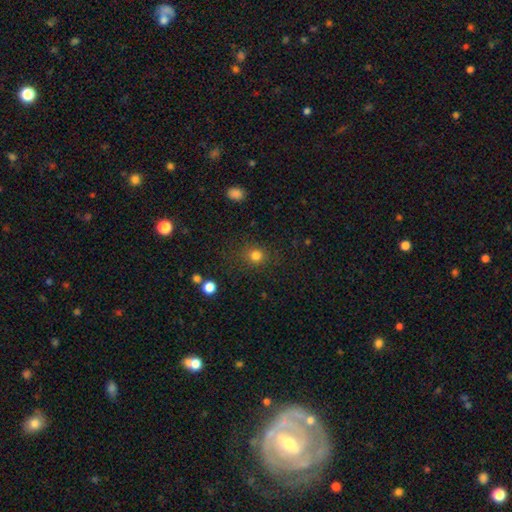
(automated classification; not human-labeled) A smooth galaxy with no disk features (81%) that is round (83%). Merging: none (84%).